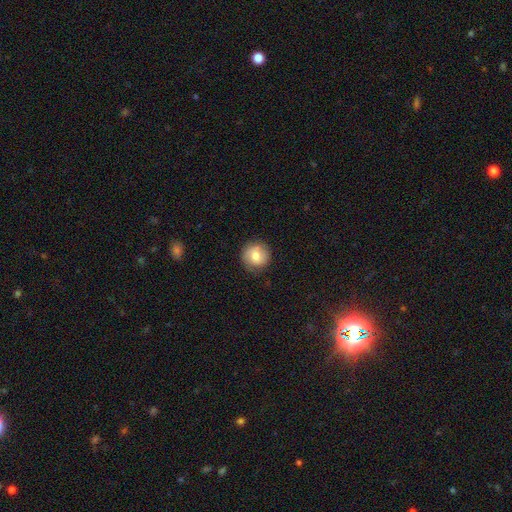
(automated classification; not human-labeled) The model was most divided on "smooth or featured": smooth: 76%, featured or disk: 16%, star or artifact: 8%. More confident: how rounded — round (93%); merging — none (85%).